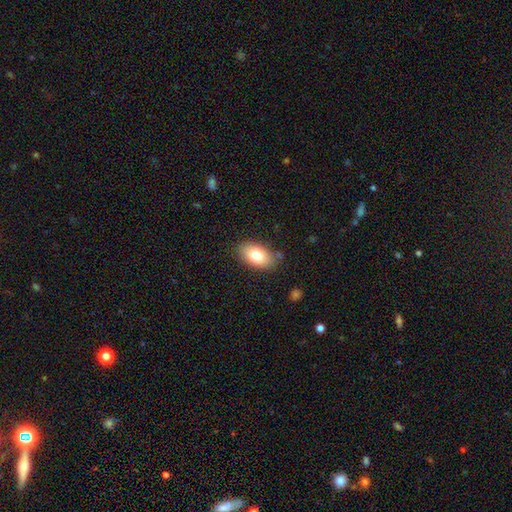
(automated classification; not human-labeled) smooth 80%, featured or disk 13%, star or artifact 7%. Down the decision tree: how rounded — in between (92%); merging — none (81%).